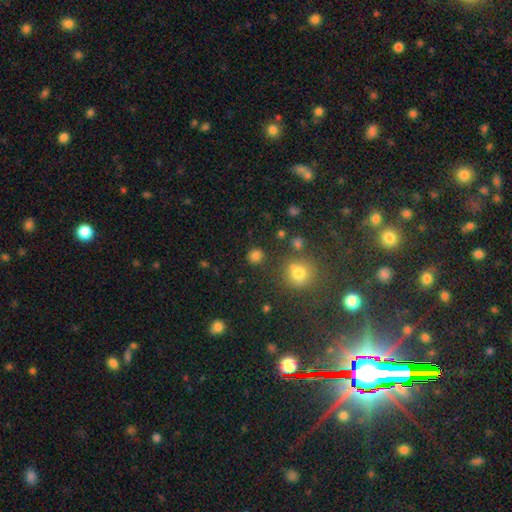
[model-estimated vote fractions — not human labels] The model was most divided on "smooth or featured": smooth: 79%, star or artifact: 17%, featured or disk: 5%. More confident: how rounded — round (89%); merging — none (85%).